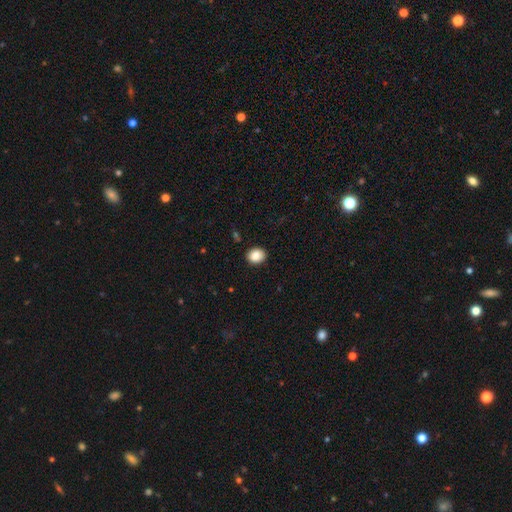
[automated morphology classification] Q: Smooth or featured?
A: smooth (87%); runner-up: star or artifact (9%)
Q: How rounded?
A: round (61%); runner-up: in between (39%)
Q: Merging?
A: none (90%); runner-up: minor disturbance (7%)